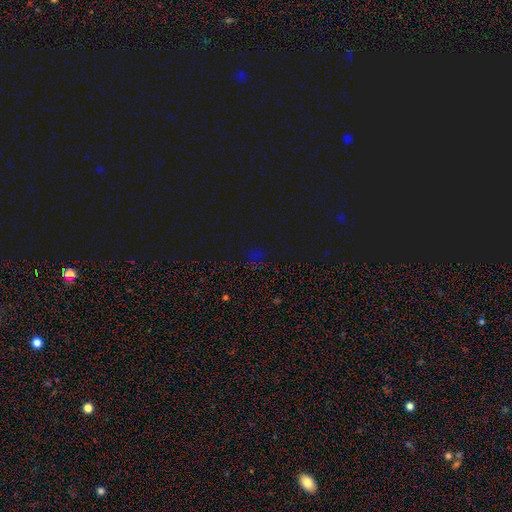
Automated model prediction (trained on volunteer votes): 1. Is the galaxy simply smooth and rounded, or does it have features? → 62% star or artifact, 30% smooth, 8% featured or disk.